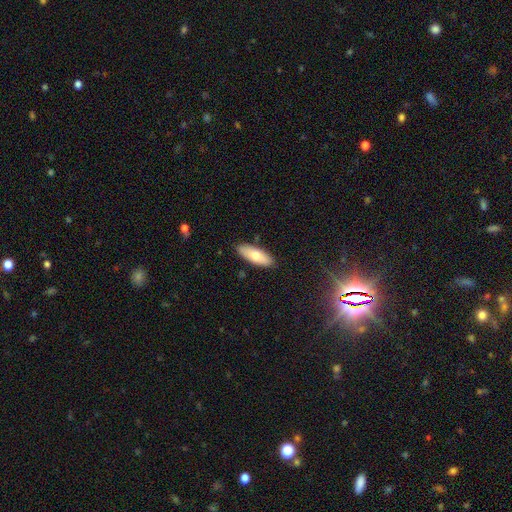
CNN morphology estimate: type=smooth (72%); roundness=in between (72%); merging=none (87%).